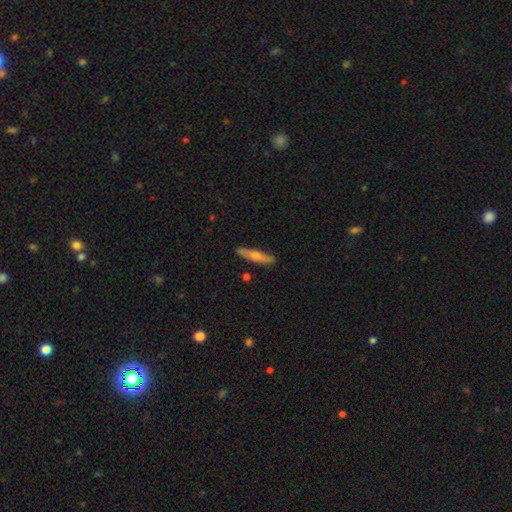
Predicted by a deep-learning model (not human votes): smooth 52%, featured or disk 43%, star or artifact 6%. Down the decision tree: how rounded — cigar-shaped (85%); merging — none (87%).